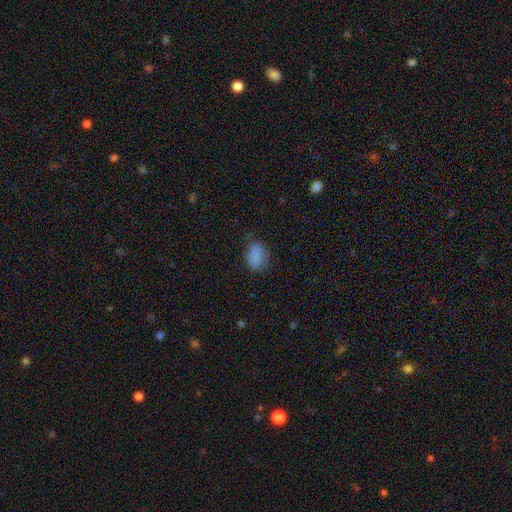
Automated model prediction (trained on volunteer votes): This is clearly a smooth galaxy (83%). How rounded: clearly in between (82%). Merging: likely none (63%).